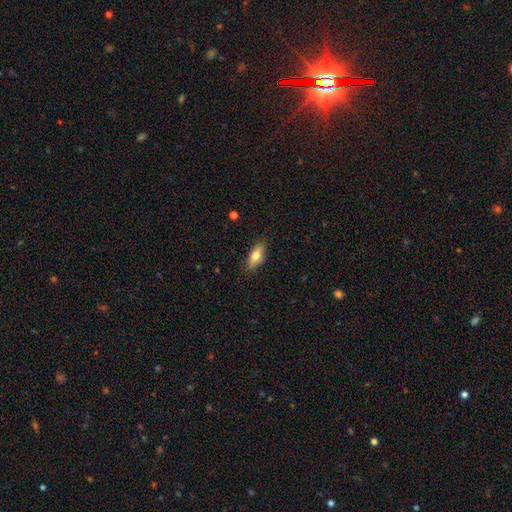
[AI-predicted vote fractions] This appears to be a smooth galaxy with no disk features (74%) that is in between round and cigar-shaped (77%). Merging: none (85%).